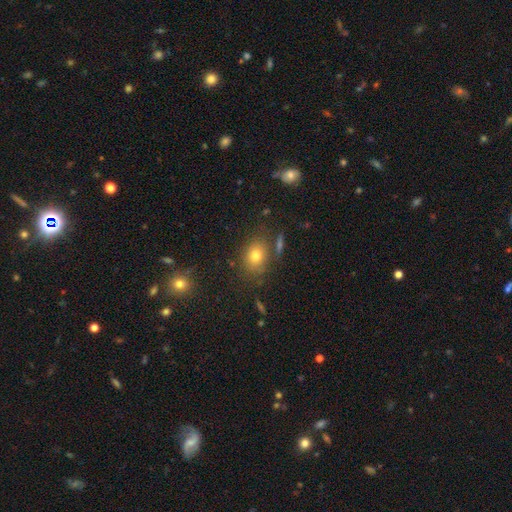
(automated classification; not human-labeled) Smooth or featured: smooth — 75% (star or artifact — 14%)
How rounded: in between — 51% (round — 47%)
Merging: none — 76% (minor disturbance — 13%)